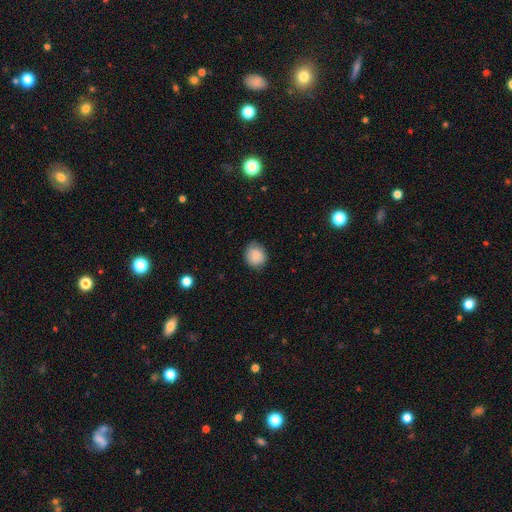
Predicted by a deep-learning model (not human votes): A smooth galaxy with no disk features (86%) that is round (78%).

Vote fractions:
- Smooth or featured? smooth: 86% / star or artifact: 8% / featured or disk: 7%
- How rounded? round: 78% / in between: 21% / cigar-shaped: 1%
- Merging? none: 81% / minor disturbance: 15% / major disturbance: 3% / merger: 1%